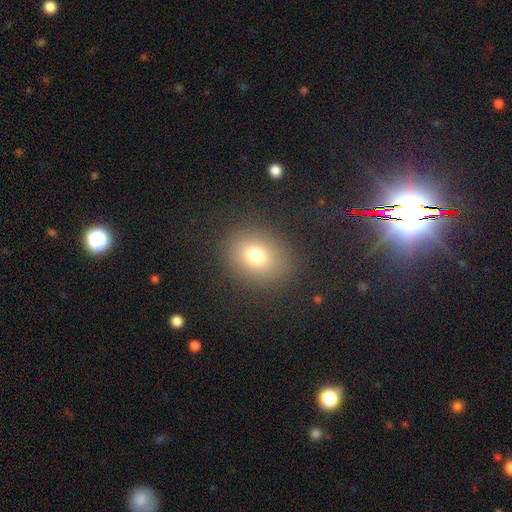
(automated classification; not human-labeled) A smooth galaxy with no disk features (76%) that is round (61%).

Vote fractions:
- Smooth or featured? smooth: 76% / star or artifact: 14% / featured or disk: 10%
- How rounded? round: 61% / in between: 38% / cigar-shaped: 1%
- Merging? none: 86% / minor disturbance: 8% / major disturbance: 4% / merger: 1%